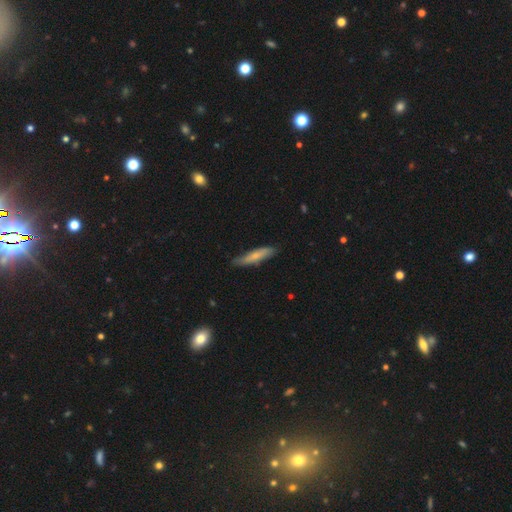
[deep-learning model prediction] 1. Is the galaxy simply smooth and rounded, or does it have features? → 64% smooth, 30% featured or disk, 6% star or artifact.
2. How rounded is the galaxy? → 83% cigar-shaped, 16% in between, 2% round.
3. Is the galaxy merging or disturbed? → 77% none, 18% minor disturbance, 3% major disturbance, 1% merger.